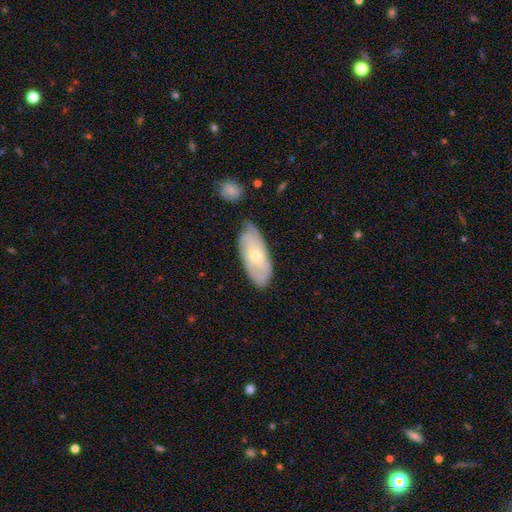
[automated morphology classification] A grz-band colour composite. It shows a featured or disk galaxy (56%). Merging: none (65%).